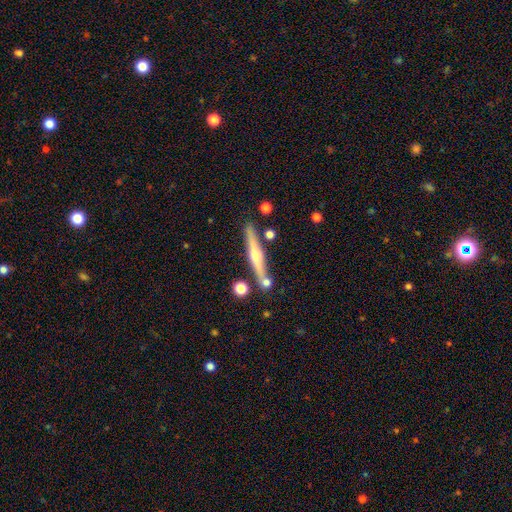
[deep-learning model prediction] Q: Smooth or featured?
A: featured or disk (68%); runner-up: smooth (25%)
Q: Edge-on disk?
A: yes (97%); runner-up: no (3%)
Q: Edge-on bulge?
A: rounded (86%); runner-up: none (8%)
Q: Merging?
A: none (82%); runner-up: minor disturbance (9%)